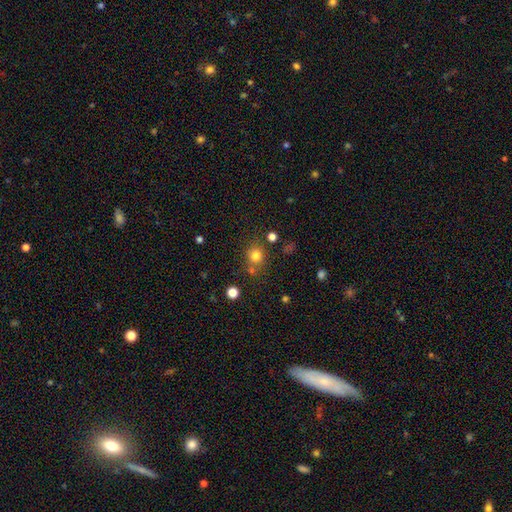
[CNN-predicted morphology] Smooth or featured? smooth (78%)
How rounded? round (85%)
Merging? none (71%)